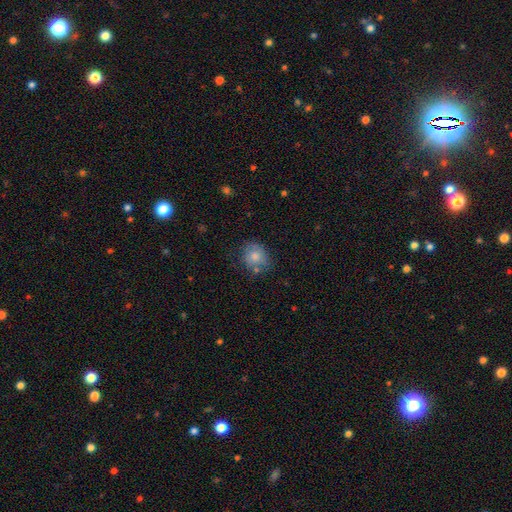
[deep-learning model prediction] This appears to be a smooth galaxy with no disk features (67%) that is round (75%). Merging: none (72%).